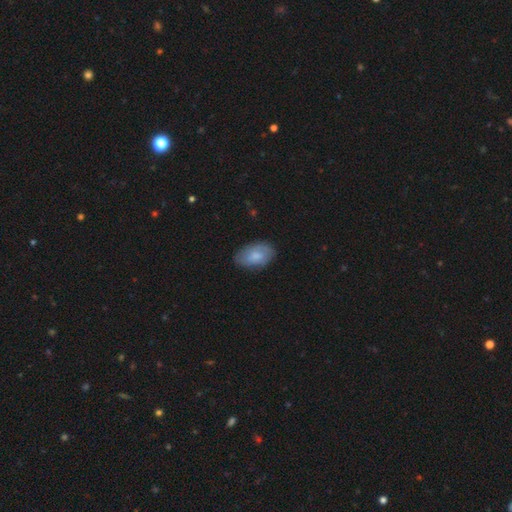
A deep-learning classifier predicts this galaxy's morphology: Smooth or featured?
  - smooth: 71% *
  - featured or disk: 23%
  - star or artifact: 6%
How rounded?
  - in between: 92% *
  - round: 6%
  - cigar-shaped: 2%
Merging?
  - none: 78% *
  - minor disturbance: 18%
  - major disturbance: 3%
  - merger: 1%